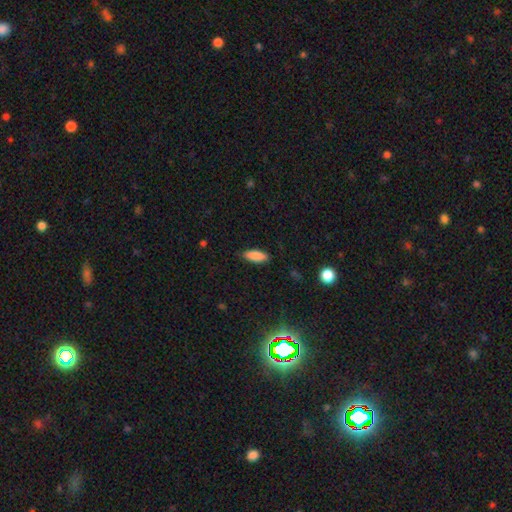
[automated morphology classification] Q: Smooth or featured?
A: smooth (88%); runner-up: star or artifact (7%)
Q: How rounded?
A: in between (73%); runner-up: cigar-shaped (25%)
Q: Merging?
A: none (86%); runner-up: minor disturbance (11%)